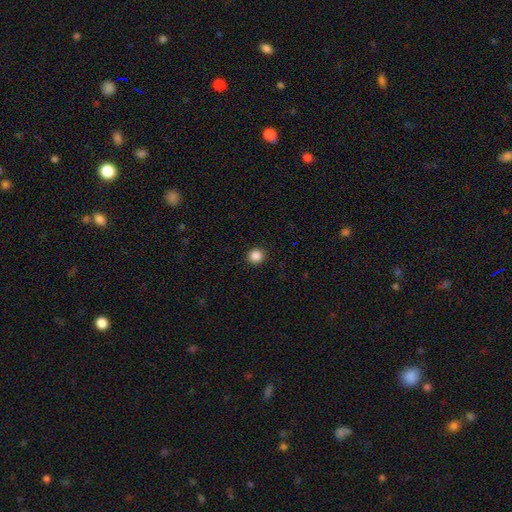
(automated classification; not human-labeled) Morphology: type=smooth (87%); roundness=round (91%); merging=none (93%).